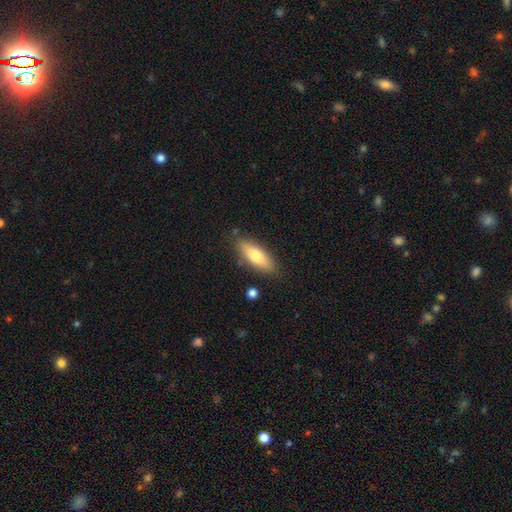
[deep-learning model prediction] The model was most divided on "how rounded": in between: 60%, cigar-shaped: 38%, round: 2%. More confident: merging — none (83%); smooth or featured — smooth (72%).